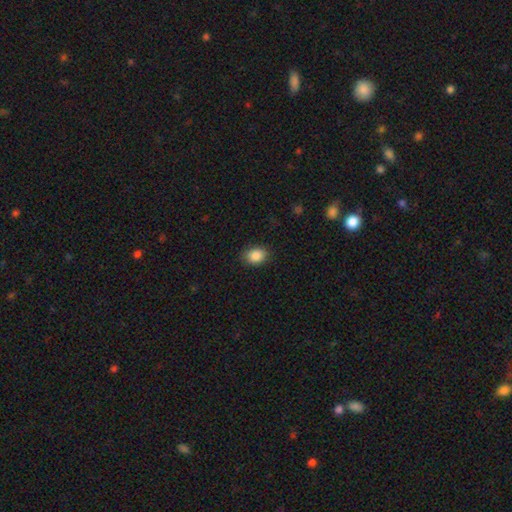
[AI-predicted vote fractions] Smooth or featured?
  - smooth: 87% *
  - star or artifact: 8%
  - featured or disk: 4%
How rounded?
  - in between: 64% *
  - round: 35%
  - cigar-shaped: 1%
Merging?
  - none: 83% *
  - minor disturbance: 13%
  - major disturbance: 3%
  - merger: 1%